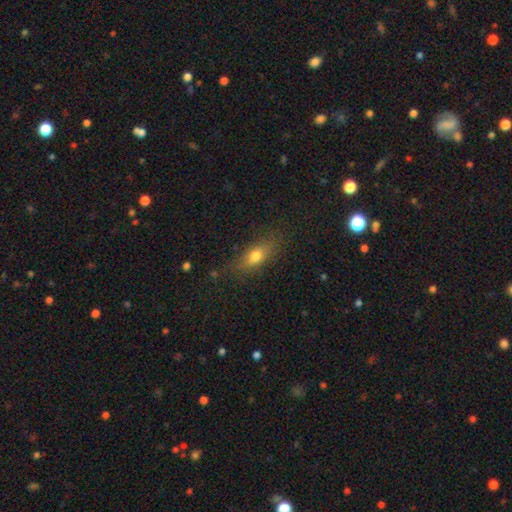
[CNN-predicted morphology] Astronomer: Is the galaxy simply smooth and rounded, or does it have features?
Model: smooth — 72%.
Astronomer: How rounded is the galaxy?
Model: in between — 71%.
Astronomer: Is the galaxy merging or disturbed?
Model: none — 77%.